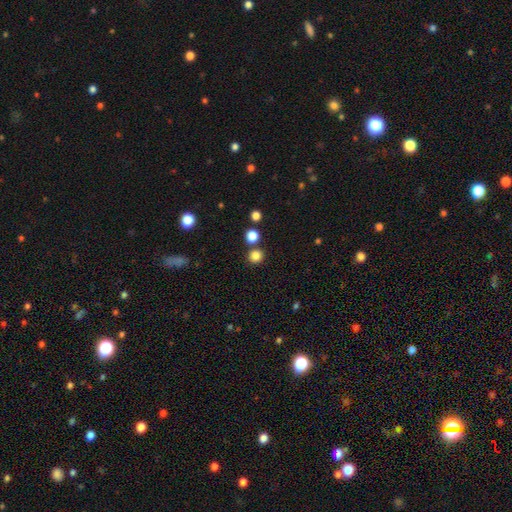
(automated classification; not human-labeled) smooth-or-featured: smooth: 83% | star or artifact: 13% | featured or disk: 4%
  how-rounded: round: 91% | in between: 9% | cigar-shaped: 1%
  merging: none: 79% | merger: 12% | minor disturbance: 7% | major disturbance: 3%